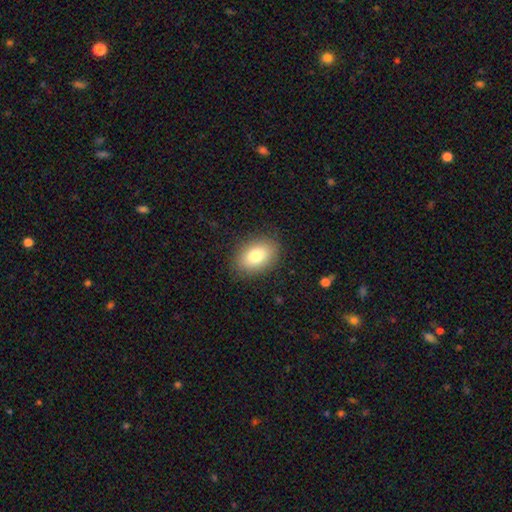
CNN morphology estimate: A smooth galaxy with no disk features (80%) that is in between round and cigar-shaped (83%).

Vote fractions:
- Smooth or featured? smooth: 80% / featured or disk: 11% / star or artifact: 8%
- How rounded? in between: 83% / round: 16% / cigar-shaped: 1%
- Merging? none: 87% / minor disturbance: 9% / major disturbance: 3% / merger: 1%